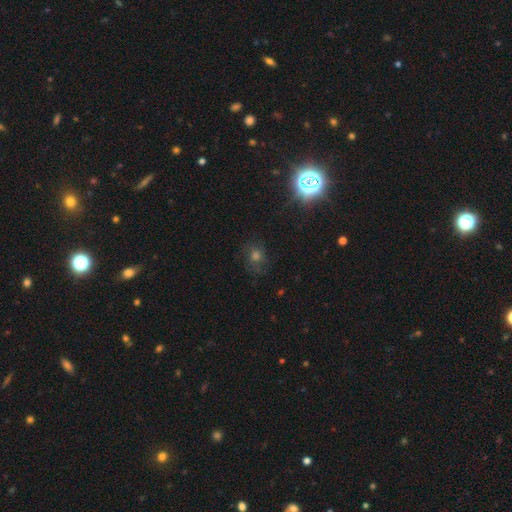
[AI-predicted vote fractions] smooth_or_featured: smooth (p=0.42) [tied with: star or artifact p=0.42]
merging: none (p=0.77) [alt: minor disturbance p=0.14]